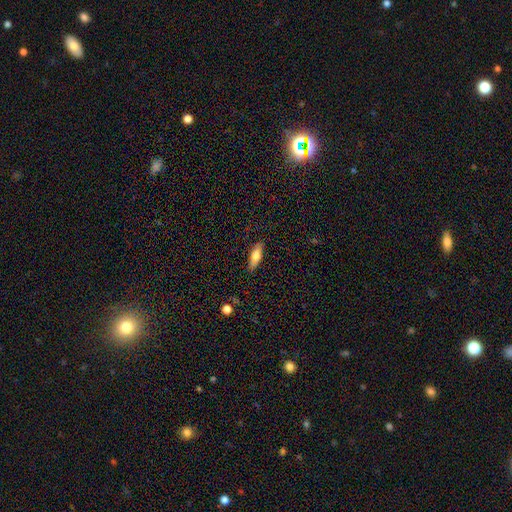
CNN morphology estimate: Overall: smooth (70%). How rounded: in between (56%; cigar-shaped 42%). Merging: none (87%).